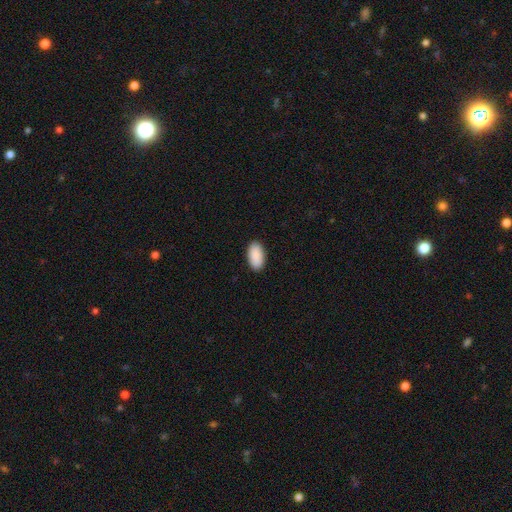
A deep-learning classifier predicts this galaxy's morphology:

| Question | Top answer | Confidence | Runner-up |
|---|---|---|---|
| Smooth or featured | smooth | 91% | star or artifact (6%) |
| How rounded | in between | 96% | round (3%) |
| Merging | none | 90% | minor disturbance (7%) |